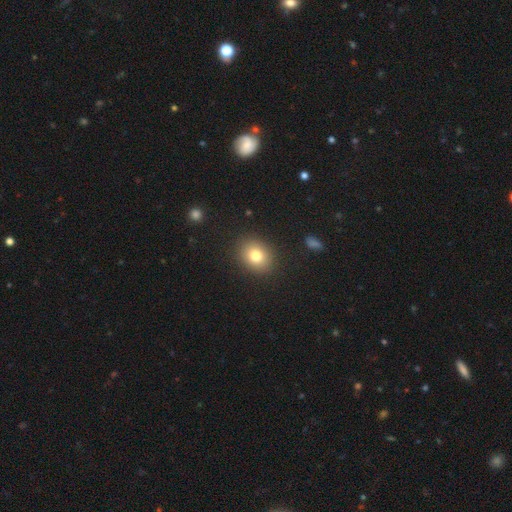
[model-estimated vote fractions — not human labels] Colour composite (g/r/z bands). It shows a smooth galaxy with no disk features (79%) that is round (58%). Merging: none (88%).